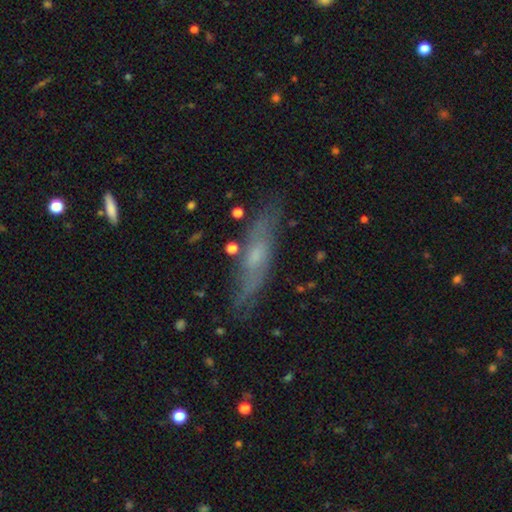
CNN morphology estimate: smooth_or_featured: featured or disk (p=0.53) [alt: smooth p=0.38]
disk_edge_on: yes (p=0.63) [alt: no p=0.37]
merging: none (p=0.79) [alt: minor disturbance p=0.15]